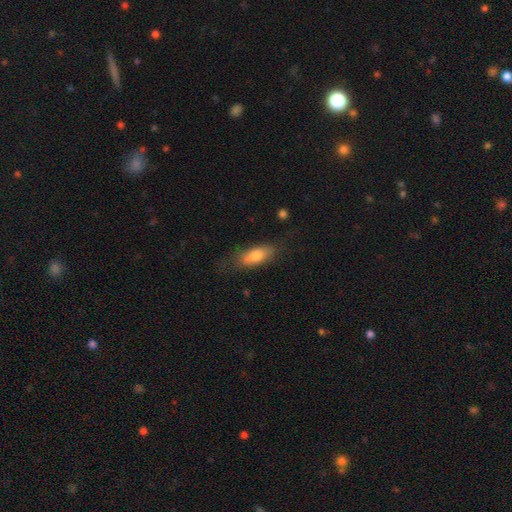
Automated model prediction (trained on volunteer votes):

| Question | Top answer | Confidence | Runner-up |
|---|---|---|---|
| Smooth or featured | smooth | 72% | featured or disk (21%) |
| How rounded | in between | 68% | cigar-shaped (29%) |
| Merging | none | 70% | minor disturbance (21%) |